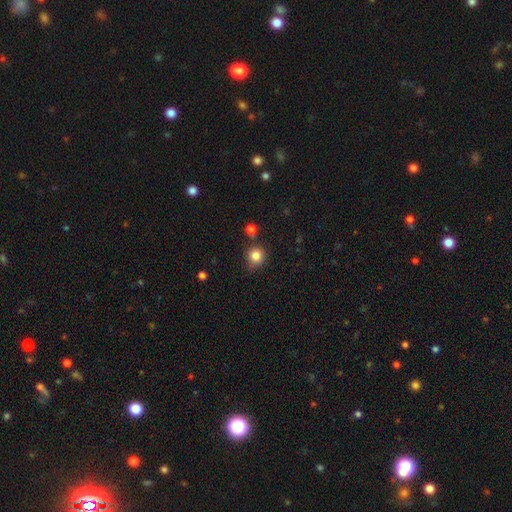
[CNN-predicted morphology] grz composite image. It shows a smooth galaxy with no disk features (83%) that is round (88%). Merging: none (72%).